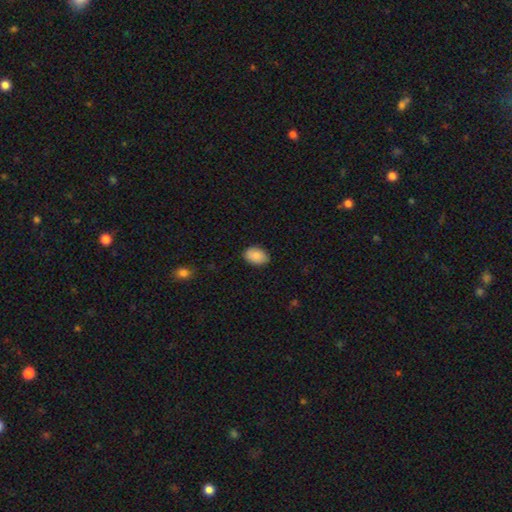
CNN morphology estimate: A smooth galaxy with no disk features (89%) that is in between round and cigar-shaped (87%). Merging: none (87%).